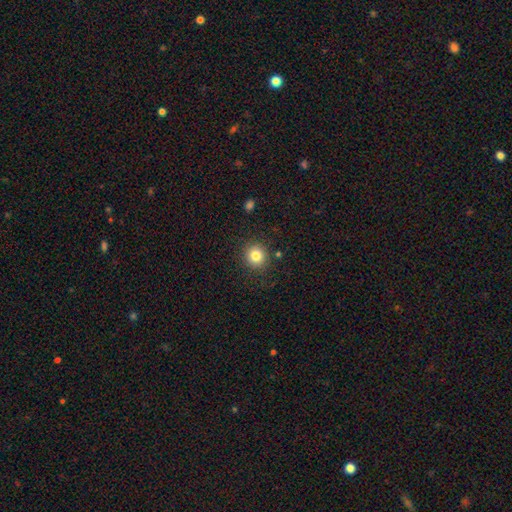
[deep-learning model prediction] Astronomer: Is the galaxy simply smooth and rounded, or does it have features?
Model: smooth — 82%.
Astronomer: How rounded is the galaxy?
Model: round — 90%.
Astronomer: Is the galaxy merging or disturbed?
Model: none — 89%.